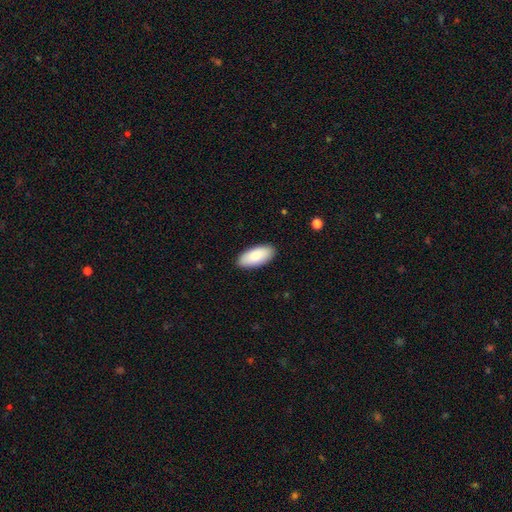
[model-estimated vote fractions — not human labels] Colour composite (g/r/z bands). It shows a smooth galaxy with no disk features (87%) that is in between round and cigar-shaped (93%). Merging: none (89%).